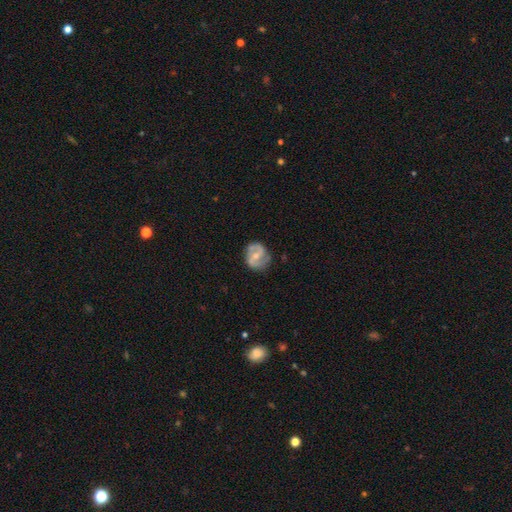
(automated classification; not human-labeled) The model was most divided on "bulge size": moderate: 52%, small: 43%, none: 2%, large: 2%, dominant: 1%. Remaining: edge-on disk — no (98%); spiral arms — yes (92%); spiral arm count — 2 (88%); smooth or featured — featured or disk (79%); merging — none (74%); spiral winding — medium (51%); bar — weak (46%).